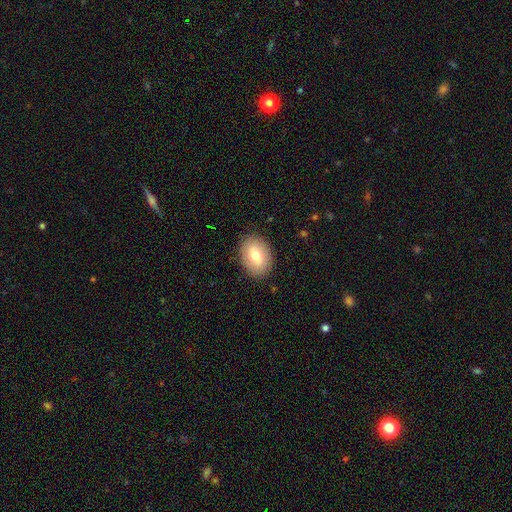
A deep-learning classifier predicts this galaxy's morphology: Smooth or featured?
  - smooth: 73% *
  - featured or disk: 20%
  - star or artifact: 8%
How rounded?
  - in between: 77% *
  - round: 22%
  - cigar-shaped: 1%
Merging?
  - none: 88% *
  - minor disturbance: 9%
  - major disturbance: 2%
  - merger: 1%